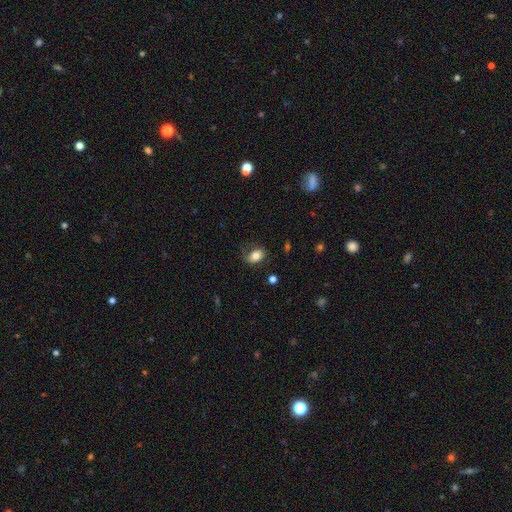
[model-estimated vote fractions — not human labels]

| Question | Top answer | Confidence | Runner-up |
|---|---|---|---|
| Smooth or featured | smooth | 74% | featured or disk (17%) |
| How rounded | in between | 78% | round (20%) |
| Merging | none | 57% | minor disturbance (26%) |